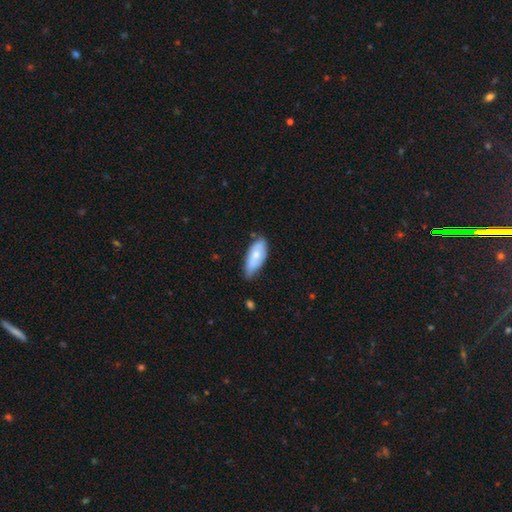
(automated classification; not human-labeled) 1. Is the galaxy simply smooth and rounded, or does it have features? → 72% smooth, 22% featured or disk, 6% star or artifact.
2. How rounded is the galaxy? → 87% in between, 11% cigar-shaped, 2% round.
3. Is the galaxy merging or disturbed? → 58% none, 35% minor disturbance, 5% major disturbance, 2% merger.